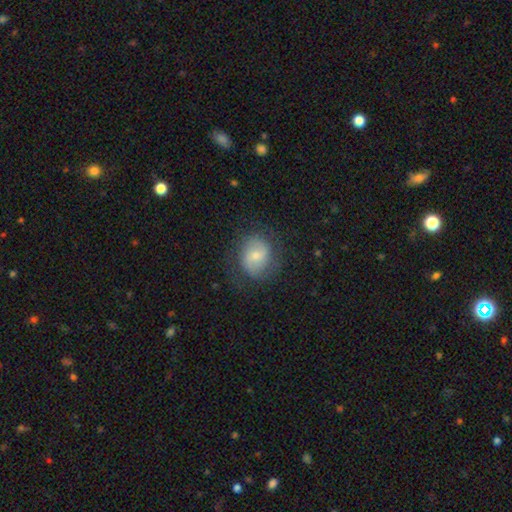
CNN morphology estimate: A smooth galaxy with no disk features (54%) that is round (71%). Merging: none (74%).